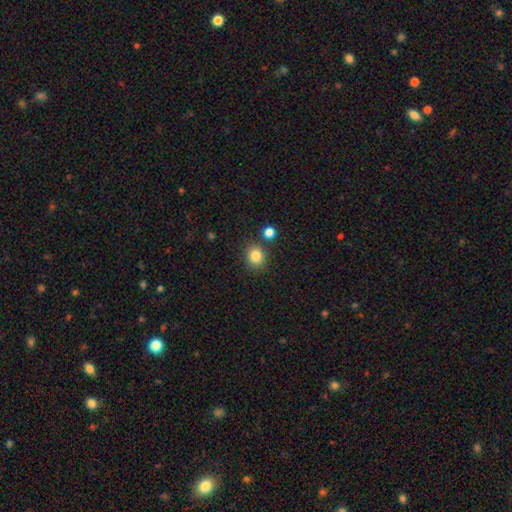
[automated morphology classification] Smooth or featured: smooth — 84% (star or artifact — 11%)
How rounded: round — 79% (in between — 21%)
Merging: none — 81% (minor disturbance — 9%)